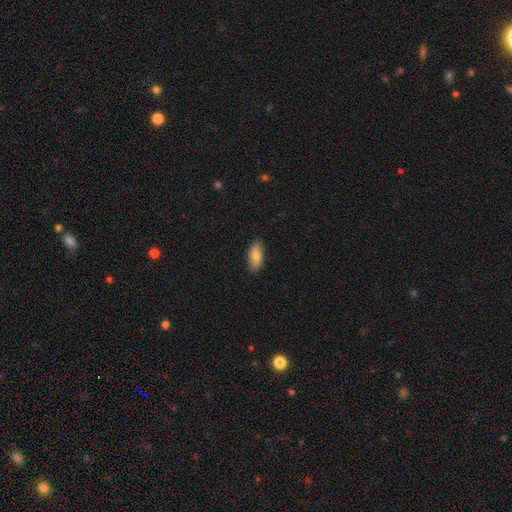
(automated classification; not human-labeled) smooth 82%, featured or disk 12%, star or artifact 6%. Down the decision tree: how rounded — in between (86%); merging — none (88%).